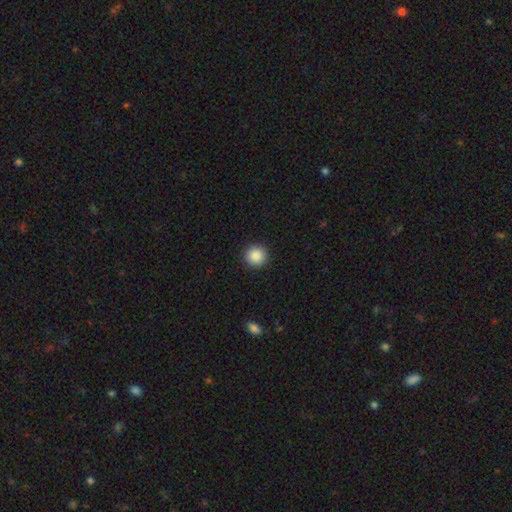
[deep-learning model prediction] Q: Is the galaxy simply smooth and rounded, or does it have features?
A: smooth — 86%.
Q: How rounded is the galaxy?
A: round — 94%.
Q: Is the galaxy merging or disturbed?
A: none — 93%.